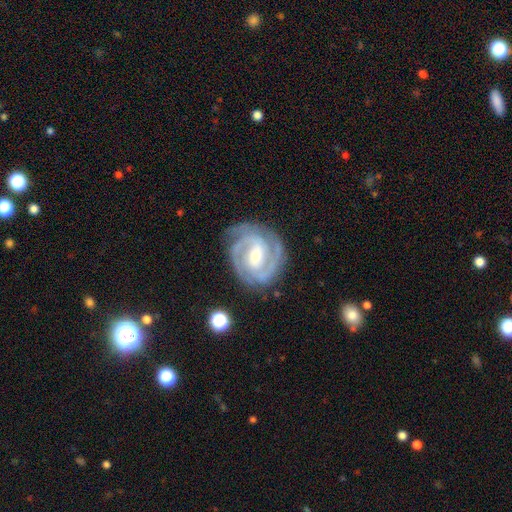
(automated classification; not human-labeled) Smooth or featured? featured or disk (92%)
Edge-on disk? no (98%)
Bar? weak (43%)
Spiral arms? yes (98%)
Spiral winding? tight (65%)
Spiral arm count? 2 (54%)
Bulge size? moderate (49%)
Merging? none (81%)